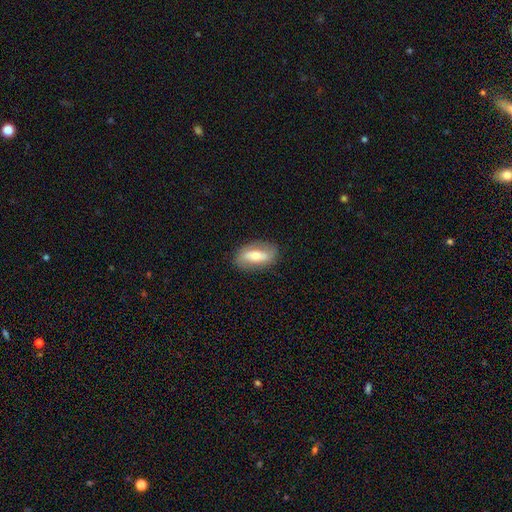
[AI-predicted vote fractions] This is possibly a smooth galaxy (48%). Merging: clearly none (82%).